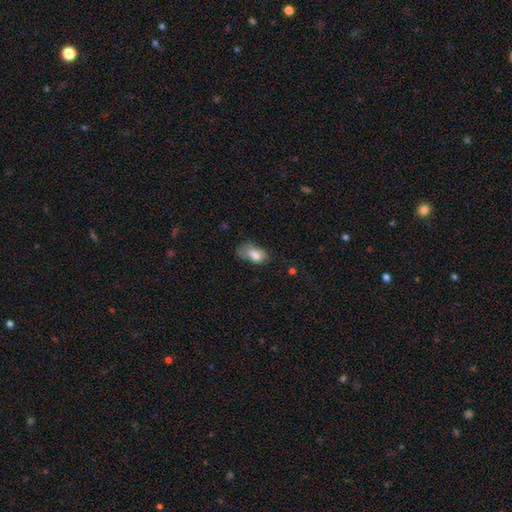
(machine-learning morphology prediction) Smooth or featured?
  - smooth: 72% *
  - featured or disk: 20%
  - star or artifact: 9%
How rounded?
  - in between: 89% *
  - round: 9%
  - cigar-shaped: 2%
Merging?
  - minor disturbance: 34% *
  - none: 31%
  - major disturbance: 26%
  - merger: 9%